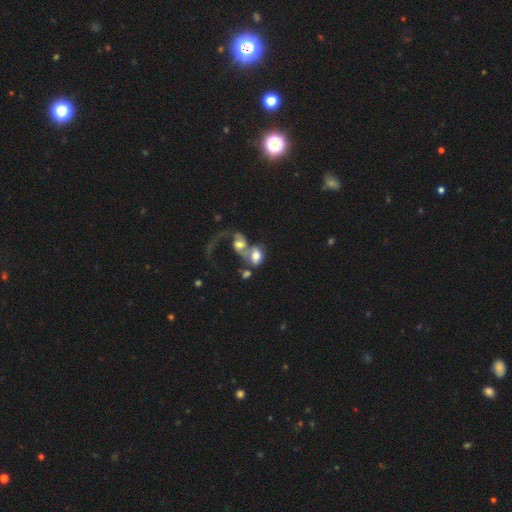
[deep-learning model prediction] Smooth or featured? Predicted: smooth (p=0.46). Merging? Predicted: merger (p=0.76).